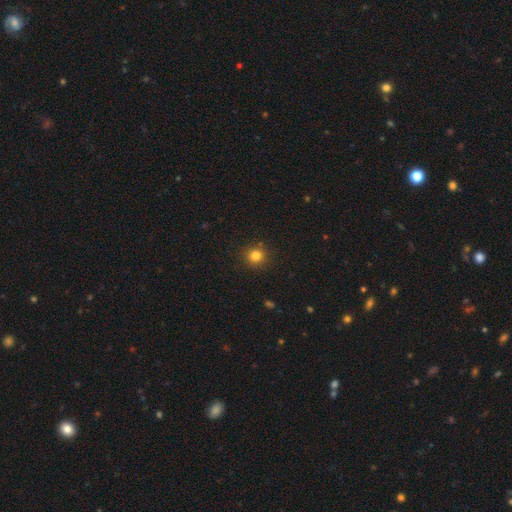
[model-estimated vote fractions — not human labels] Smooth or featured: smooth — 82% (star or artifact — 13%)
How rounded: round — 90% (in between — 9%)
Merging: none — 90% (minor disturbance — 7%)